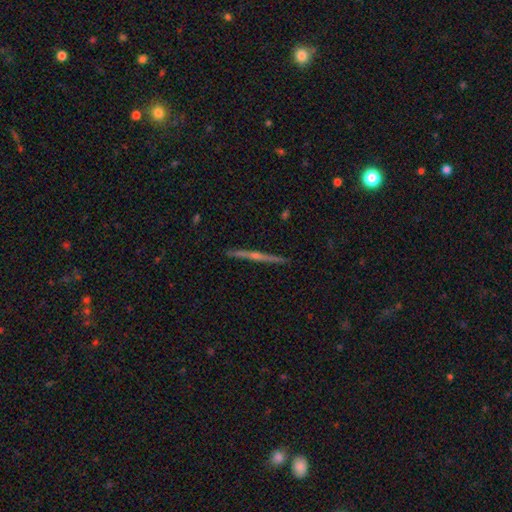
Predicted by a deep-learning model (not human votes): Smooth or featured: featured or disk — 64% (smooth — 22%)
Edge-on disk: yes — 95% (no — 5%)
Edge-on bulge: rounded — 61% (none — 29%)
Merging: none — 88% (minor disturbance — 7%)